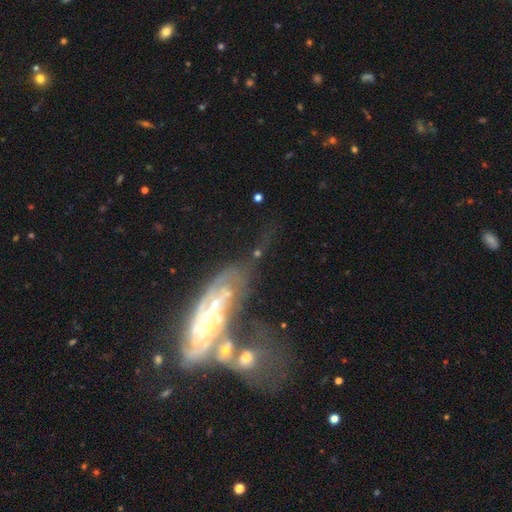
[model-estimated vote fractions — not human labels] The model was most divided on "merging": merger: 37%, none: 28%, major disturbance: 20%, minor disturbance: 16%. More confident: edge-on disk — no (82%); spiral arms — yes (77%); smooth or featured — featured or disk (71%); bar — no (67%); bulge size — small (65%).